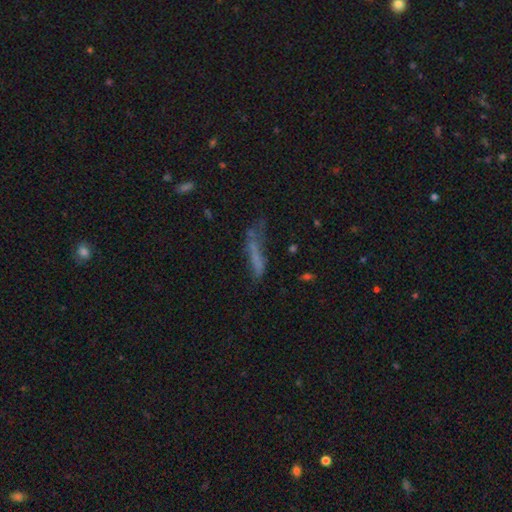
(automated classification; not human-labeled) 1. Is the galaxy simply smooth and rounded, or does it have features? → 49% smooth, 32% featured or disk, 19% star or artifact.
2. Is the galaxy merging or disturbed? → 38% none, 30% major disturbance, 22% minor disturbance, 10% merger.